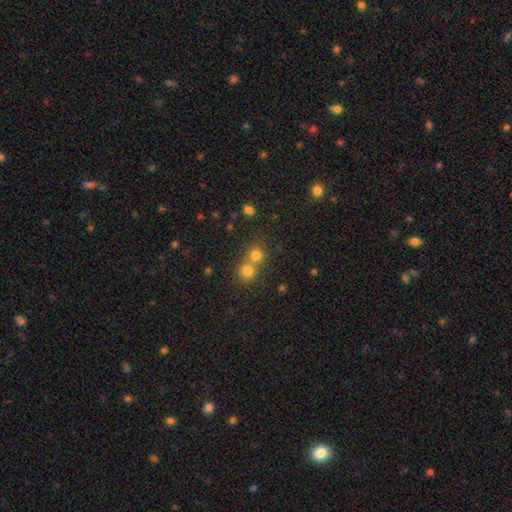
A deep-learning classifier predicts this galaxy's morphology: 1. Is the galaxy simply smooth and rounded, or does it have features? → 73% smooth, 19% star or artifact, 9% featured or disk.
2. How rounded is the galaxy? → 88% round, 11% in between, 1% cigar-shaped.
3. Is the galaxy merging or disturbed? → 47% merger, 46% none, 5% minor disturbance, 2% major disturbance.